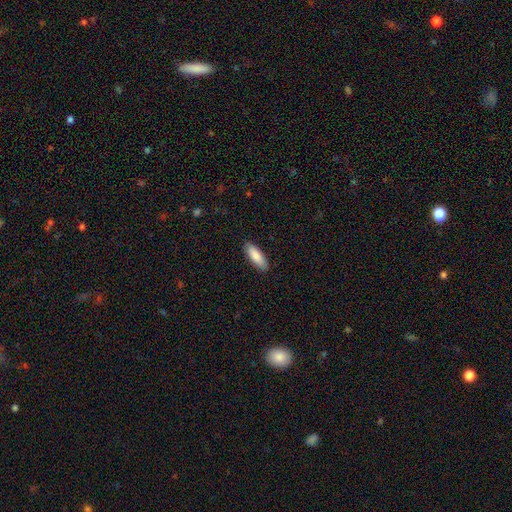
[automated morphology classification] smooth_or_featured: smooth (p=0.86) [alt: featured or disk p=0.08]
how_rounded: in between (p=0.60) [alt: cigar-shaped p=0.38]
merging: none (p=0.89) [alt: minor disturbance p=0.09]